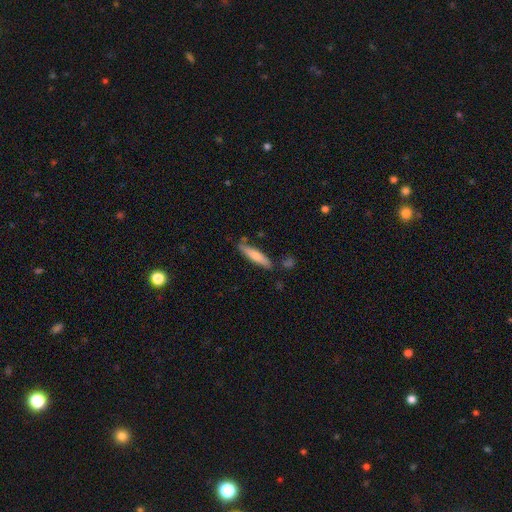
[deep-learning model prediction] Smooth or featured? Predicted: smooth (p=0.69). How rounded? Predicted: cigar-shaped (p=0.83). Merging? Predicted: none (p=0.77).